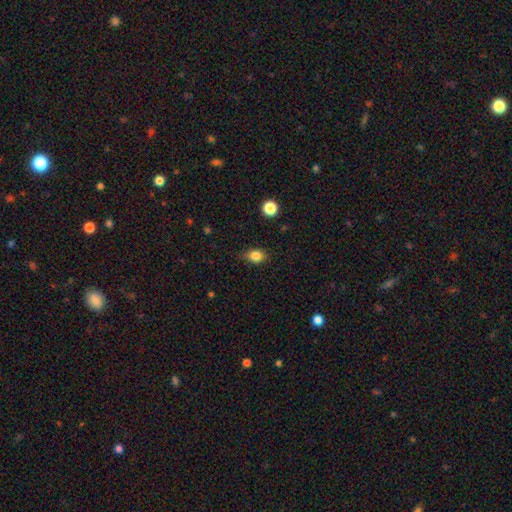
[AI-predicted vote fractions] smooth 84%, star or artifact 11%, featured or disk 5%. Down the decision tree: how rounded — in between (60%); merging — none (76%).